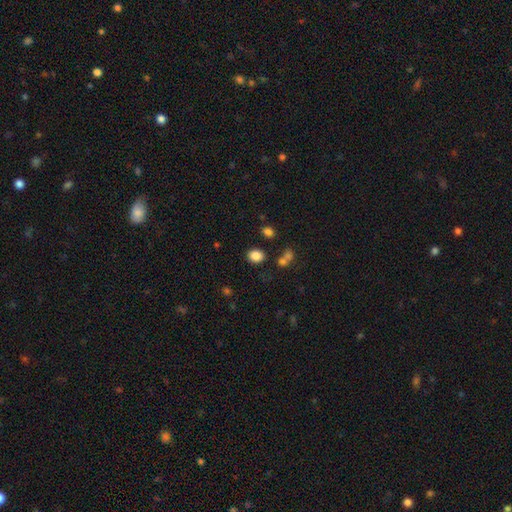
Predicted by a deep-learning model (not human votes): Smooth or featured: smooth — 84% (star or artifact — 11%)
How rounded: round — 50% (in between — 49%)
Merging: none — 81% (minor disturbance — 10%)